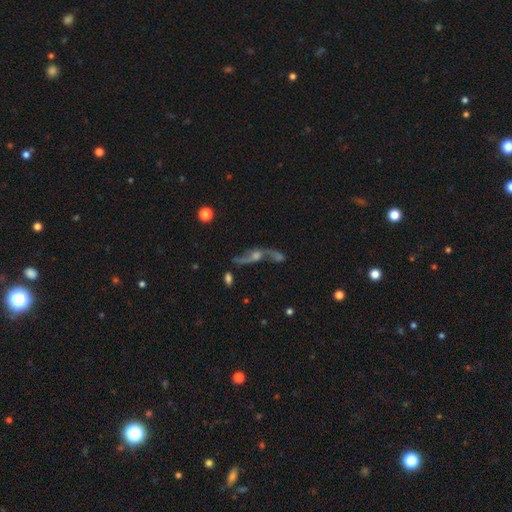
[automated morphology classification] A featured or disk galaxy (79%) with no bar (66%), 2 (88%) loose (87%) spiral arms (87%) and a moderate central bulge (46%). Merging: none (51%).